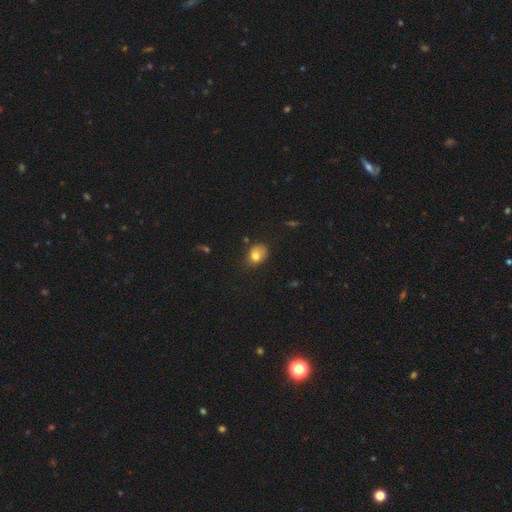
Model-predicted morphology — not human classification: Overall: smooth (77%). How rounded: in between (52%; round 47%). Merging: none (62%; minor disturbance 27%).